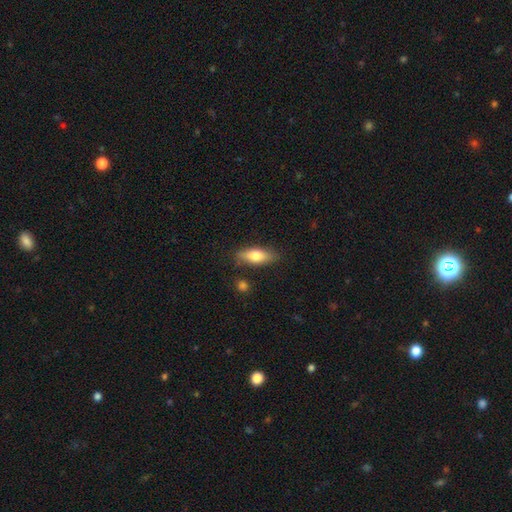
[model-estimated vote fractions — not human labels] This is likely a smooth galaxy (72%). How rounded: likely in between (71%). Merging: likely none (79%).